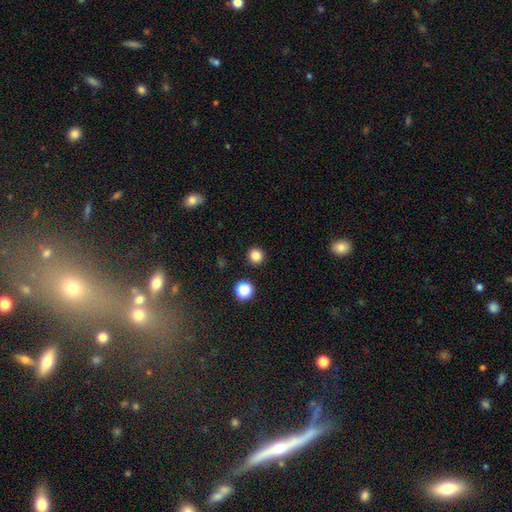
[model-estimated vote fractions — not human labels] Smooth or featured: smooth — 84% (star or artifact — 13%)
How rounded: round — 94% (in between — 5%)
Merging: none — 92% (minor disturbance — 5%)